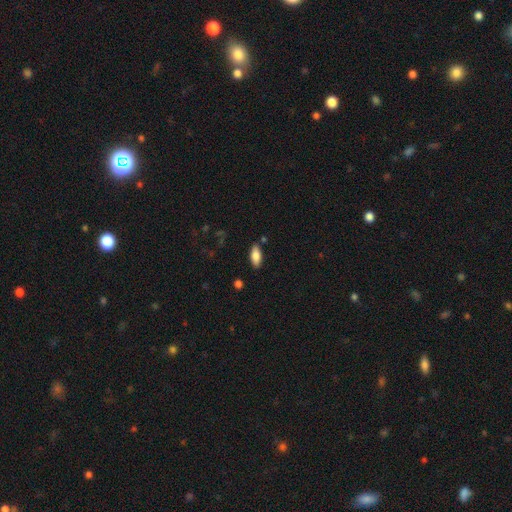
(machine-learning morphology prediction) Smooth or featured? Predicted: smooth (p=0.81). How rounded? Predicted: in between (p=0.84). Merging? Predicted: none (p=0.85).